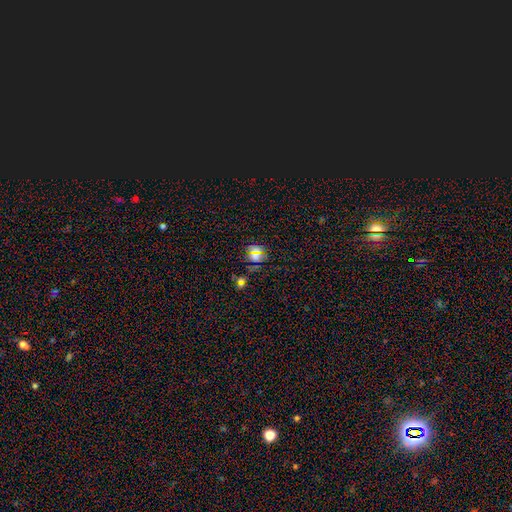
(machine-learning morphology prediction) smooth_or_featured: star or artifact (p=0.47) [alt: smooth p=0.43]